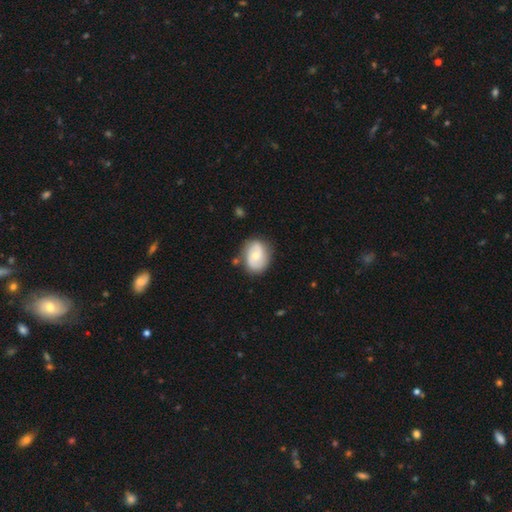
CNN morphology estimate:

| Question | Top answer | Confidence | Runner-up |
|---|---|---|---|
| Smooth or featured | featured or disk | 54% | smooth (40%) |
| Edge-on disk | no | 97% | yes (3%) |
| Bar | no | 63% | weak (30%) |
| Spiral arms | yes | 82% | no (18%) |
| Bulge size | moderate | 55% | small (39%) |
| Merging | none | 76% | minor disturbance (17%) |